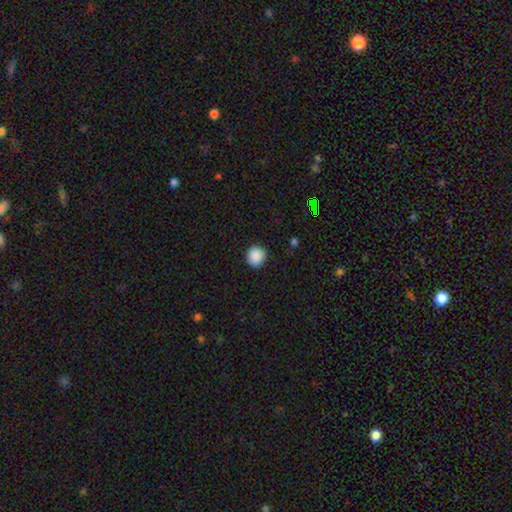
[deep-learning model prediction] Smooth or featured? smooth (89%)
How rounded? round (88%)
Merging? none (89%)